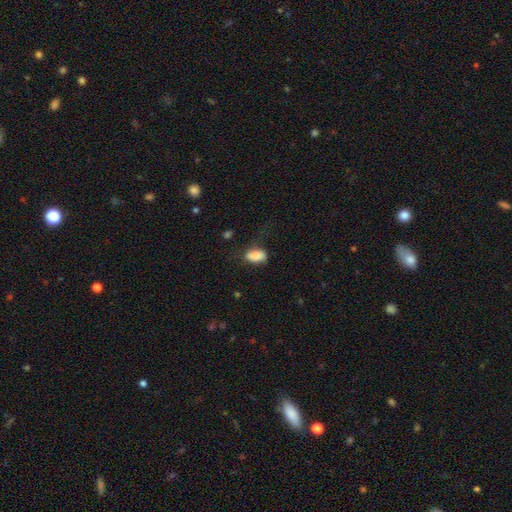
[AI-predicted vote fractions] smooth-or-featured: smooth: 86% | star or artifact: 7% | featured or disk: 7%
  how-rounded: in between: 92% | round: 5% | cigar-shaped: 3%
  merging: none: 54% | minor disturbance: 29% | major disturbance: 14% | merger: 2%